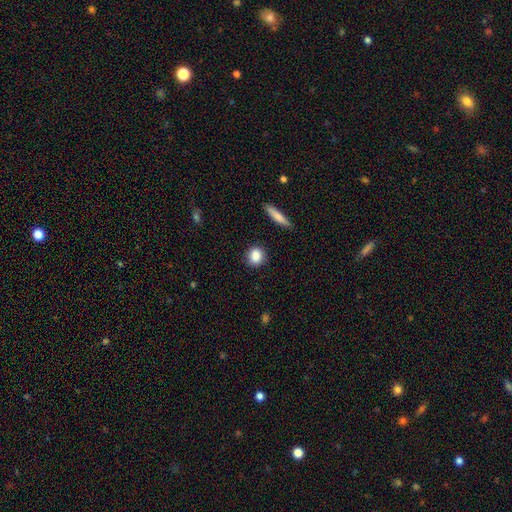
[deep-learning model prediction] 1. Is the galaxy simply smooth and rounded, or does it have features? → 87% smooth, 8% star or artifact, 5% featured or disk.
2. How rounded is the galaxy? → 73% round, 24% in between, 3% cigar-shaped.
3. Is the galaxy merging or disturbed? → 86% none, 9% minor disturbance, 2% major disturbance, 2% merger.